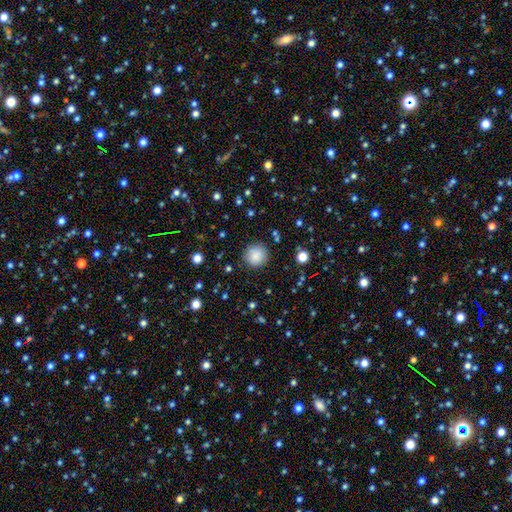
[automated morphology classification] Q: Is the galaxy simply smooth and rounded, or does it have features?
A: smooth — 86%.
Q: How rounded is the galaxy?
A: round — 95%.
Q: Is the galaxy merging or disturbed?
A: none — 89%.